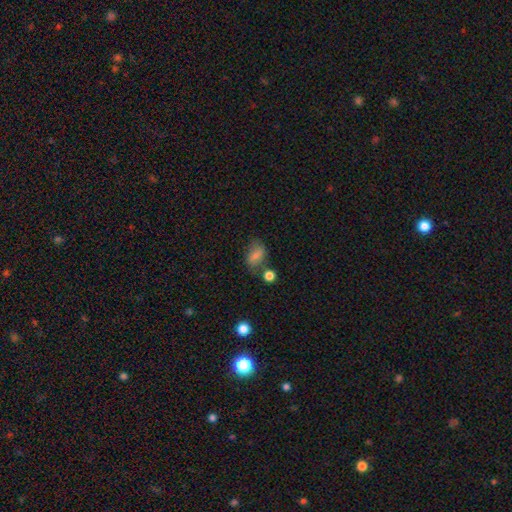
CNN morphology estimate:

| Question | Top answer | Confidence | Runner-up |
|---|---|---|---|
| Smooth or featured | smooth | 76% | featured or disk (13%) |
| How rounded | in between | 81% | round (16%) |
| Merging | none | 57% | minor disturbance (23%) |